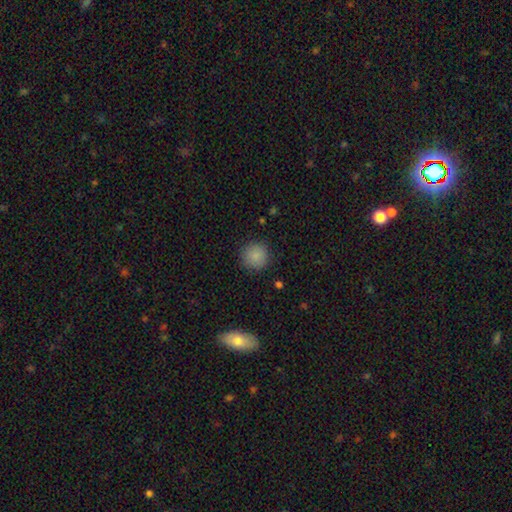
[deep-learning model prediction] Smooth or featured? smooth (86%)
How rounded? round (93%)
Merging? none (88%)